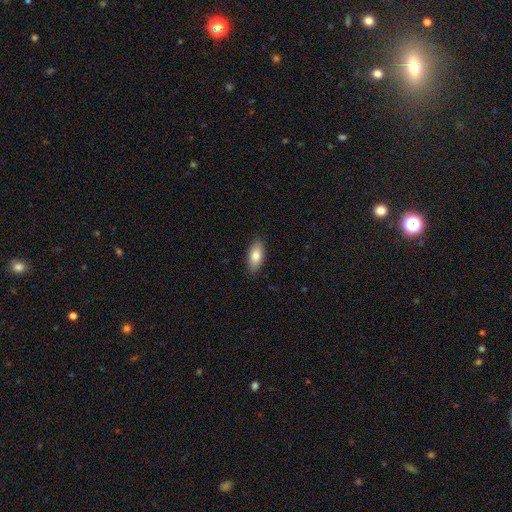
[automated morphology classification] Smooth or featured? Predicted: smooth (p=0.81). How rounded? Predicted: in between (p=0.87). Merging? Predicted: none (p=0.87).